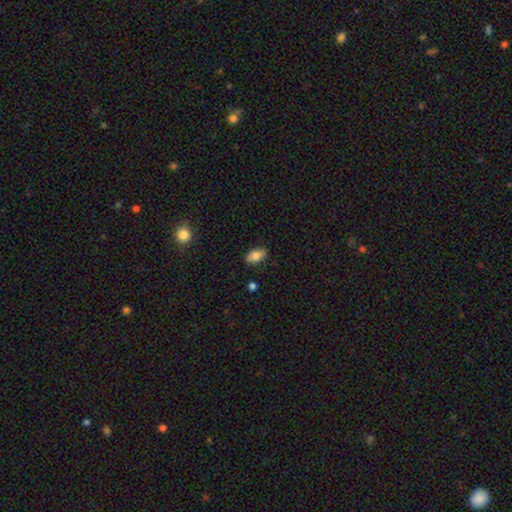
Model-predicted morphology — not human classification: type=smooth (79%); roundness=in between (90%); merging=none (81%).